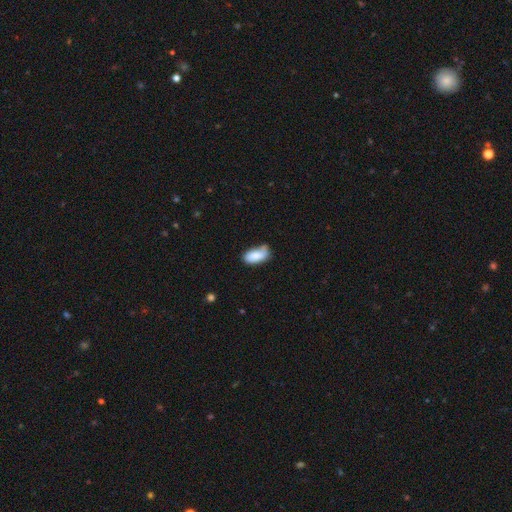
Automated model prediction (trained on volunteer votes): Smooth or featured? Predicted: smooth (p=0.85). How rounded? Predicted: in between (p=0.92). Merging? Predicted: none (p=0.53).